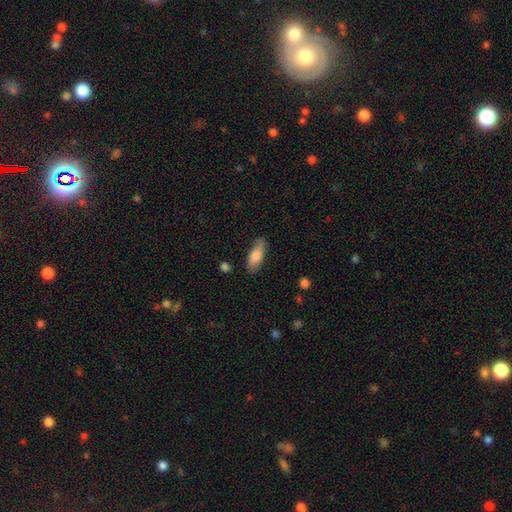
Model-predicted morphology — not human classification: Smooth or featured: smooth — 81% (featured or disk — 12%)
How rounded: in between — 73% (cigar-shaped — 25%)
Merging: none — 74% (minor disturbance — 20%)